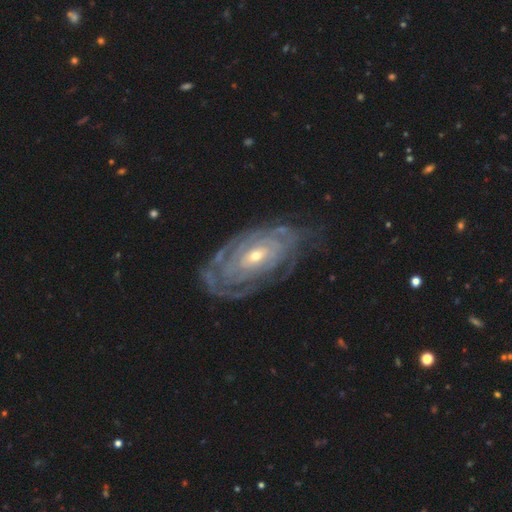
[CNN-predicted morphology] Smooth or featured? featured or disk (86%)
Edge-on disk? no (93%)
Bar? no (60%)
Spiral arms? yes (92%)
Spiral winding? tight (82%)
Spiral arm count? can't tell (50%)
Bulge size? small (58%)
Merging? none (72%)